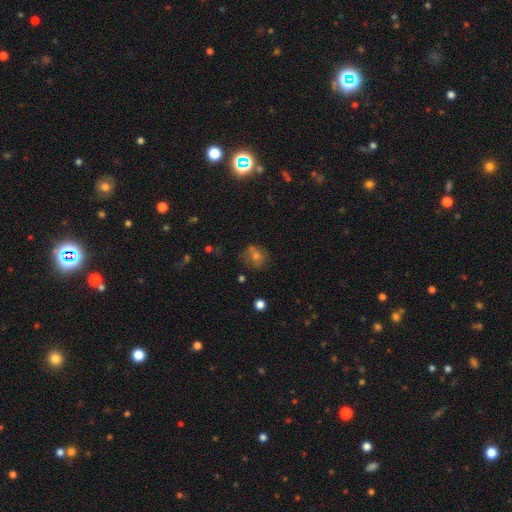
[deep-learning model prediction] Smooth or featured? smooth (47%)
Merging? none (67%)